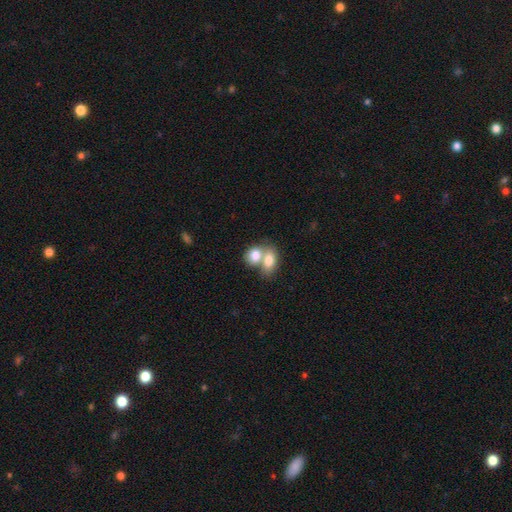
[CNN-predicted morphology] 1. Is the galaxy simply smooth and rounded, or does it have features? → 78% smooth, 15% featured or disk, 7% star or artifact.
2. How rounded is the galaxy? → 72% in between, 26% round, 2% cigar-shaped.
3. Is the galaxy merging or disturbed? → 71% merger, 20% none, 6% minor disturbance, 3% major disturbance.